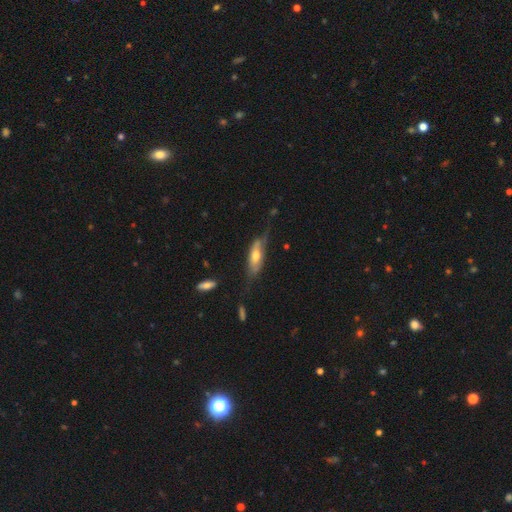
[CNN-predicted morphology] type=featured or disk (48%); merging=none (44%).